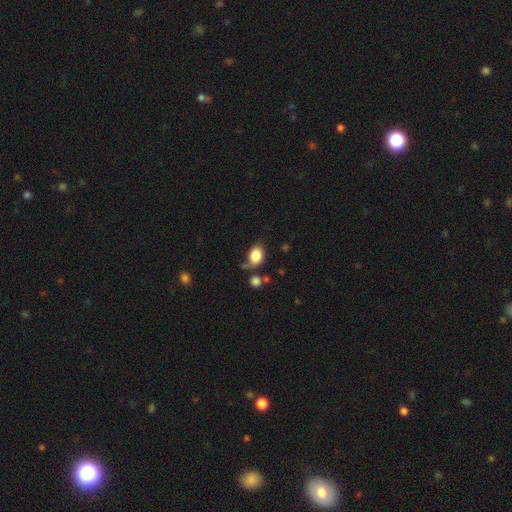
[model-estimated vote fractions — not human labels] This appears to be a smooth galaxy with no disk features (84%) that is in between round and cigar-shaped (69%). Merging: none (55%).